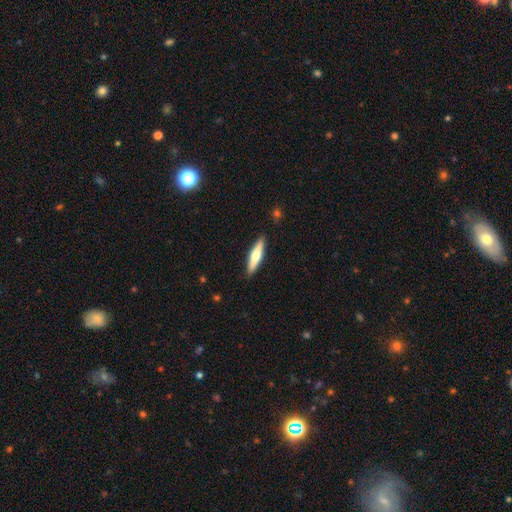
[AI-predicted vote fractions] Smooth or featured? Predicted: smooth (p=0.52). How rounded? Predicted: cigar-shaped (p=0.76). Merging? Predicted: none (p=0.90).